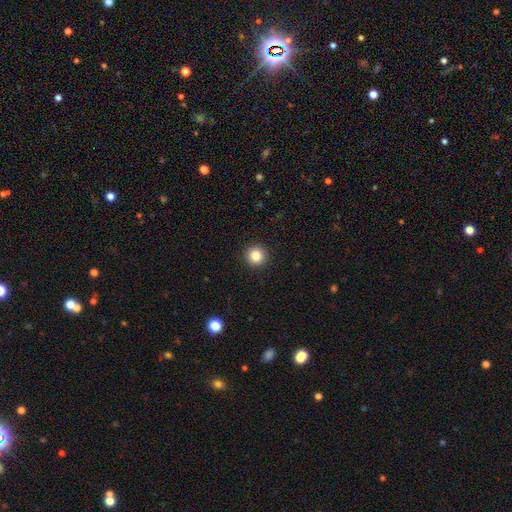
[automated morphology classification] type=smooth (84%); roundness=round (95%); merging=none (93%).